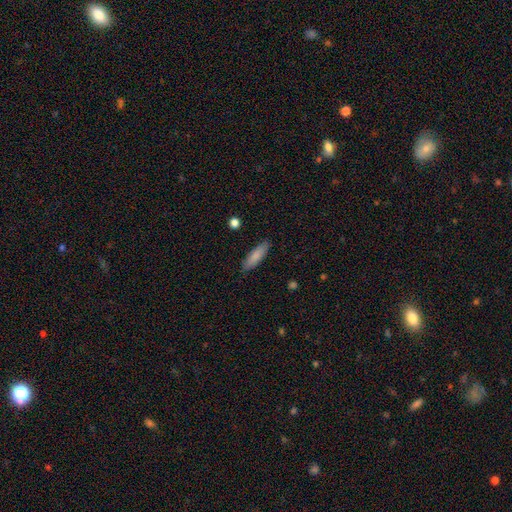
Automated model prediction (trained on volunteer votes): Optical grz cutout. It shows a smooth galaxy with no disk features (84%) that is cigar-shaped (62%). Merging: none (88%).